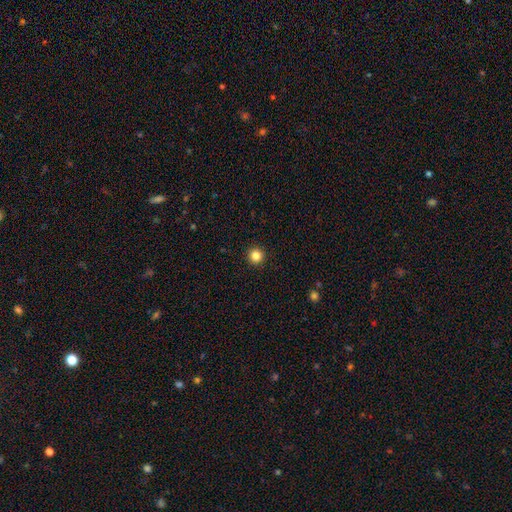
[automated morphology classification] The model was most divided on "smooth or featured": smooth: 84%, star or artifact: 12%, featured or disk: 4%. More confident: how rounded — round (96%); merging — none (94%).